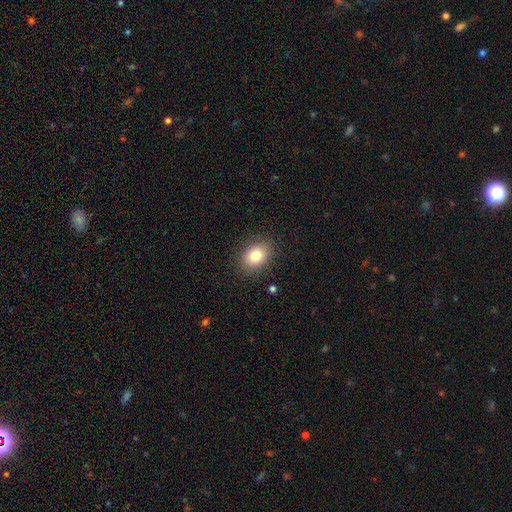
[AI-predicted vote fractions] Q: Smooth or featured?
A: smooth (81%); runner-up: star or artifact (10%)
Q: How rounded?
A: in between (60%); runner-up: round (39%)
Q: Merging?
A: none (87%); runner-up: minor disturbance (9%)